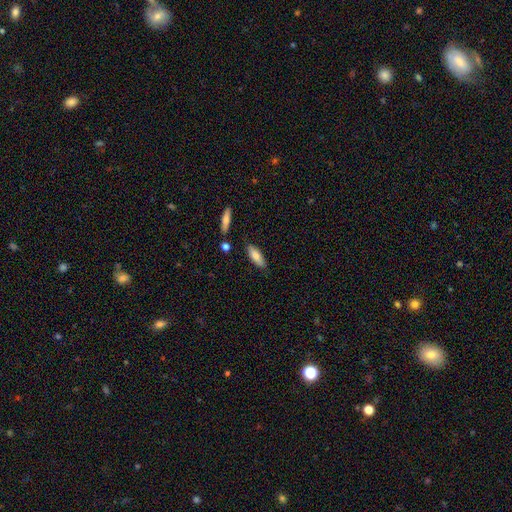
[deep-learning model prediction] smooth_or_featured: smooth (p=0.80) [alt: featured or disk p=0.13]
how_rounded: in between (p=0.62) [alt: cigar-shaped p=0.36]
merging: none (p=0.81) [alt: minor disturbance p=0.12]